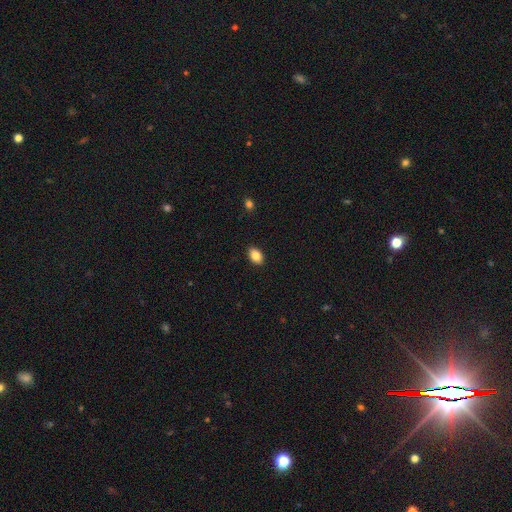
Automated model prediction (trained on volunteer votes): Smooth or featured?
  - smooth: 85% *
  - star or artifact: 8%
  - featured or disk: 6%
How rounded?
  - in between: 85% *
  - round: 13%
  - cigar-shaped: 1%
Merging?
  - none: 90% *
  - minor disturbance: 7%
  - major disturbance: 2%
  - merger: 1%